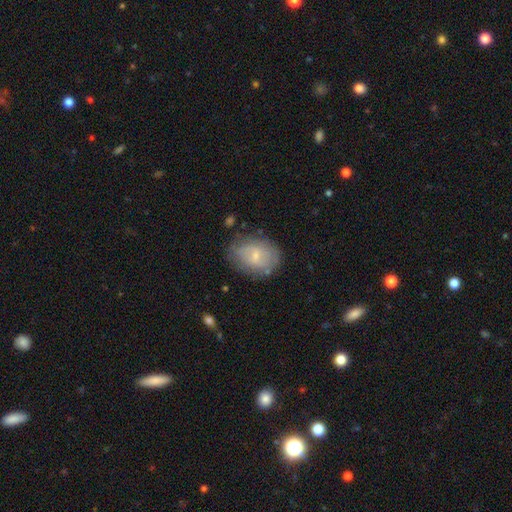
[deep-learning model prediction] smooth 55%, featured or disk 37%, star or artifact 8%. Down the decision tree: how rounded — in between (70%); merging — none (70%).